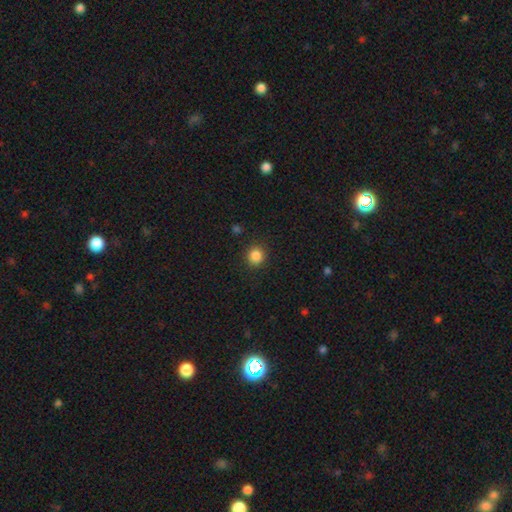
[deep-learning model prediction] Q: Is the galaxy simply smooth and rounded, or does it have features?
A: smooth — 86%.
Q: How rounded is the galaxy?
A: round — 91%.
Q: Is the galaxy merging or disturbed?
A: none — 90%.